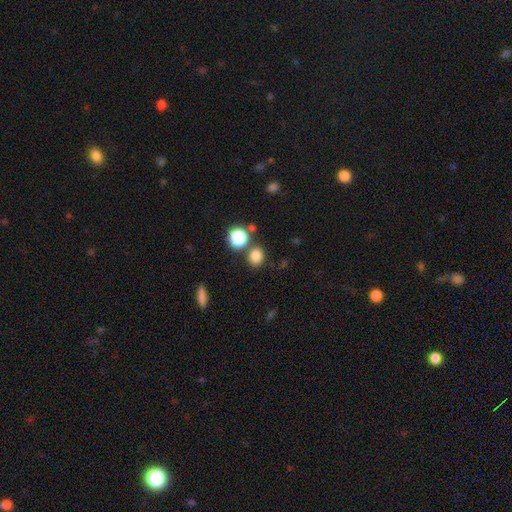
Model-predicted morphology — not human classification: smooth-or-featured: smooth: 80% | star or artifact: 15% | featured or disk: 5%
  how-rounded: round: 70% | in between: 29% | cigar-shaped: 1%
  merging: none: 78% | merger: 11% | minor disturbance: 8% | major disturbance: 3%